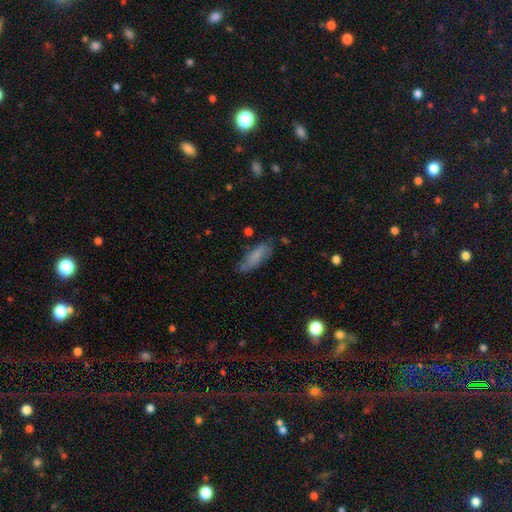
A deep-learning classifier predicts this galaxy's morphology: smooth-or-featured: smooth: 71% | featured or disk: 22% | star or artifact: 7%
  how-rounded: in between: 53% | cigar-shaped: 45% | round: 2%
  merging: none: 74% | minor disturbance: 19% | major disturbance: 5% | merger: 2%